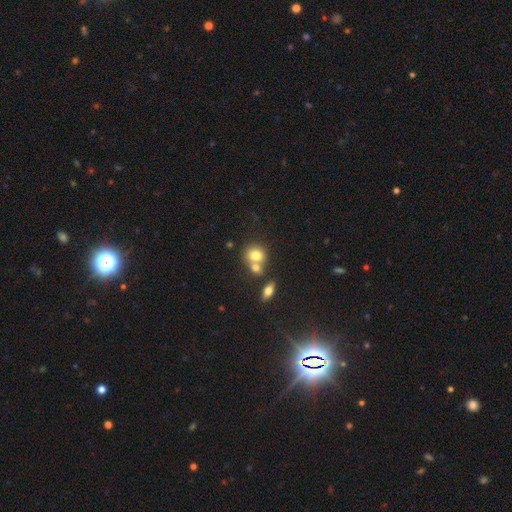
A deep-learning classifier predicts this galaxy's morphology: smooth-or-featured: smooth: 75% | featured or disk: 15% | star or artifact: 10%
  how-rounded: round: 67% | in between: 31% | cigar-shaped: 1%
  merging: merger: 51% | none: 37% | minor disturbance: 8% | major disturbance: 3%